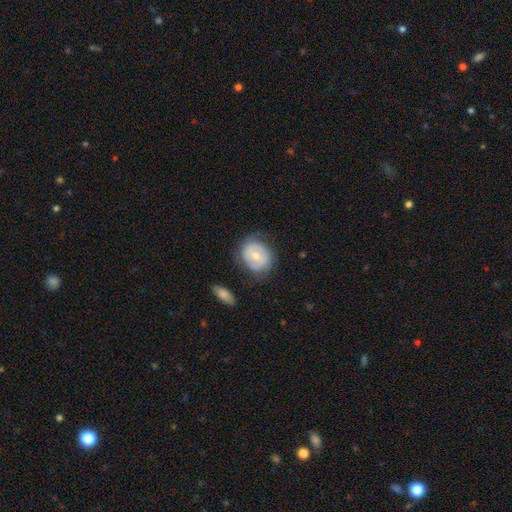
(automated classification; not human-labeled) The model was most divided on "smooth or featured": smooth: 51%, featured or disk: 42%, star or artifact: 7%. More confident: merging — none (65%); how rounded — round (64%).